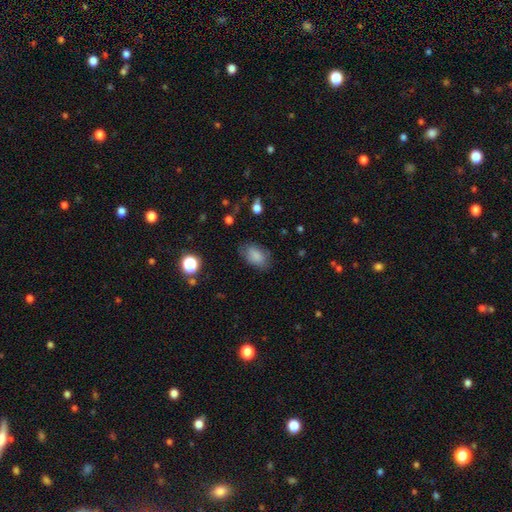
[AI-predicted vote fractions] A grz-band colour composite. It shows a smooth galaxy with no disk features (84%) that is in between round and cigar-shaped (89%). Merging: none (76%).